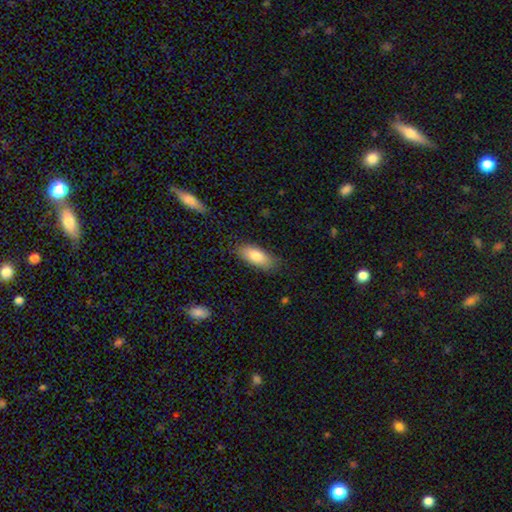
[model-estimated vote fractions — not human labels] Smooth or featured? Predicted: smooth (p=0.80). How rounded? Predicted: in between (p=0.81). Merging? Predicted: none (p=0.82).